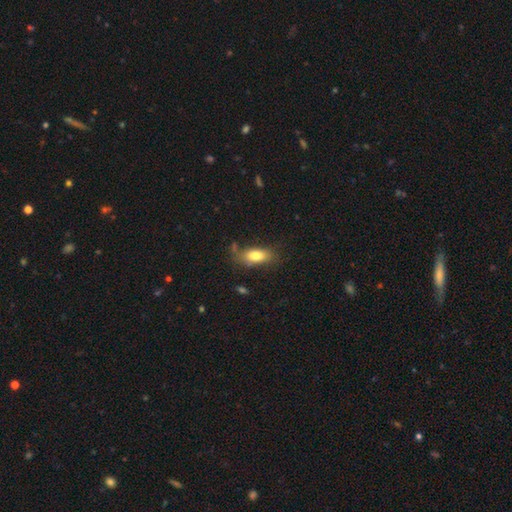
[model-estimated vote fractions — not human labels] Q: Smooth or featured?
A: smooth (78%); runner-up: featured or disk (15%)
Q: How rounded?
A: in between (86%); runner-up: cigar-shaped (10%)
Q: Merging?
A: none (66%); runner-up: minor disturbance (21%)